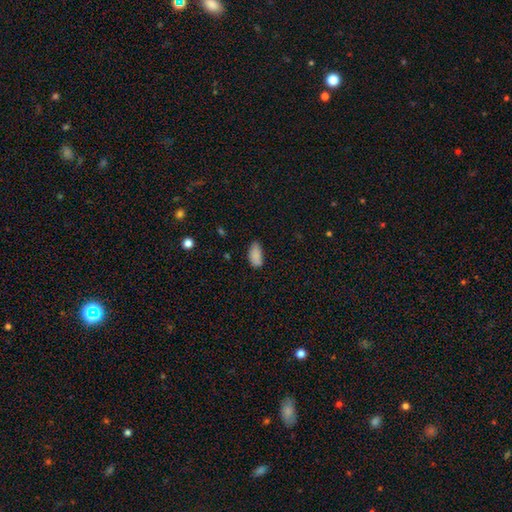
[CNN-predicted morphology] smooth_or_featured: smooth (p=0.85) [alt: star or artifact p=0.08]
how_rounded: in between (p=0.91) [alt: cigar-shaped p=0.06]
merging: none (p=0.67) [alt: minor disturbance p=0.24]